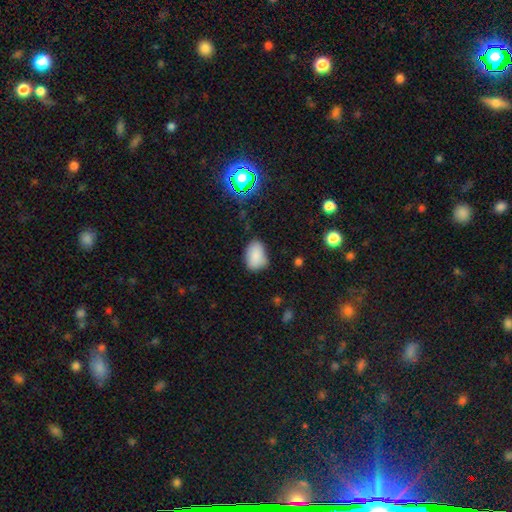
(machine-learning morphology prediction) This is clearly a smooth galaxy (84%). How rounded: clearly in between (83%). Merging: likely none (67%).